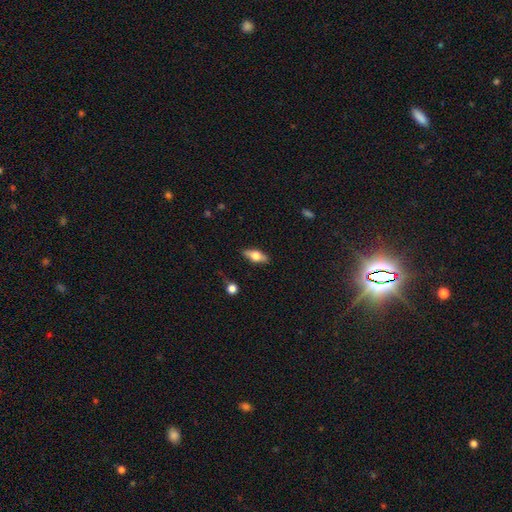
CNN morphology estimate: smooth 56%, featured or disk 37%, star or artifact 7%. Down the decision tree: how rounded — in between (73%); merging — none (84%).